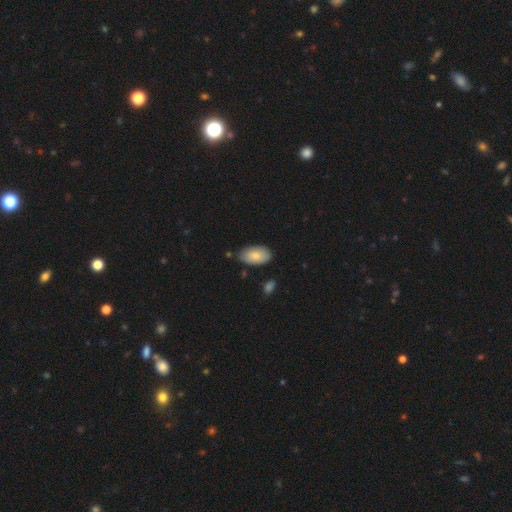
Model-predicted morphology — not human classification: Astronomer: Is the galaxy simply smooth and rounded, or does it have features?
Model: smooth — 79%.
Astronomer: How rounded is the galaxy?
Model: in between — 95%.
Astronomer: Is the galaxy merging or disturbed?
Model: none — 80%.